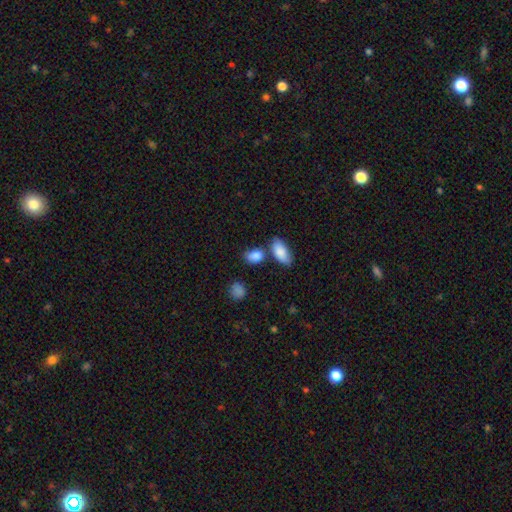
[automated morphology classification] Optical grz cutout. It shows a smooth galaxy with no disk features (86%) that is in between round and cigar-shaped (85%). Merging: none (57%).